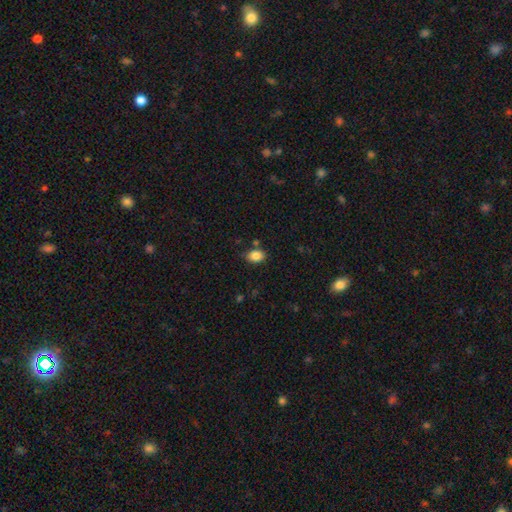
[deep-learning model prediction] Overall: smooth (86%). How rounded: in between (74%). Merging: none (74%).